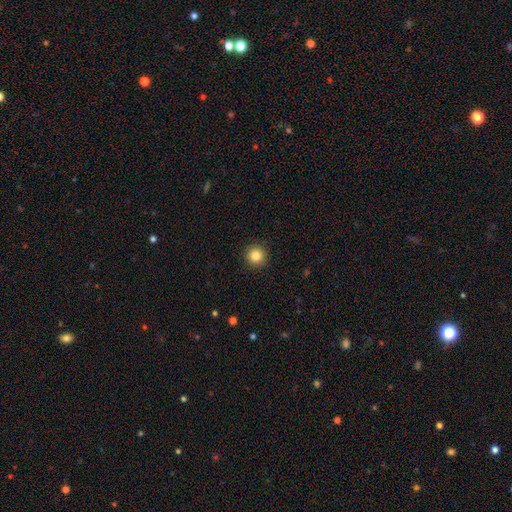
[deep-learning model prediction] This appears to be a smooth galaxy with no disk features (84%) that is round (95%). Merging: none (93%).